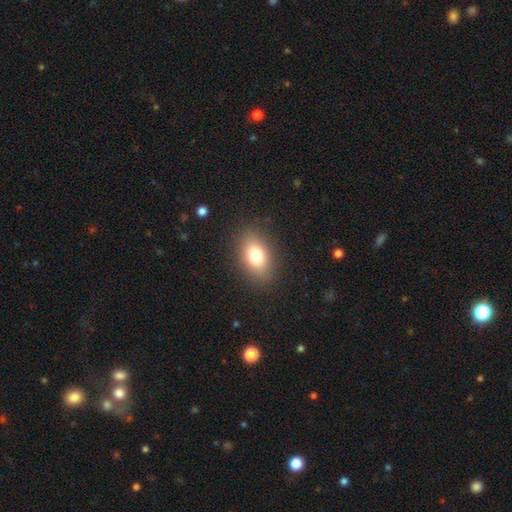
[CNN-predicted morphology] The model was most divided on "smooth or featured": smooth: 78%, featured or disk: 12%, star or artifact: 10%. More confident: merging — none (86%); how rounded — in between (85%).